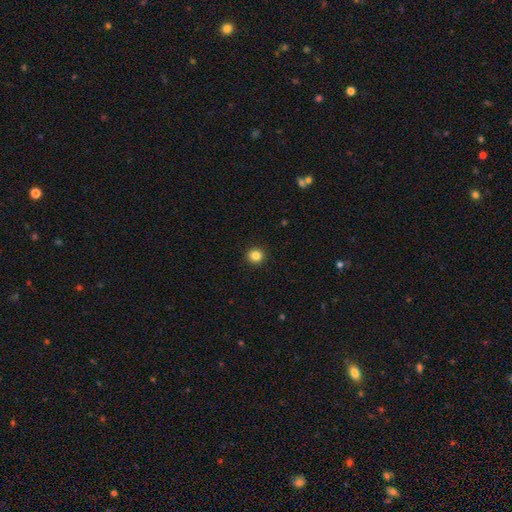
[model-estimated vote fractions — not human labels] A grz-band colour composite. It shows a smooth galaxy with no disk features (84%) that is round (93%). Merging: none (93%).